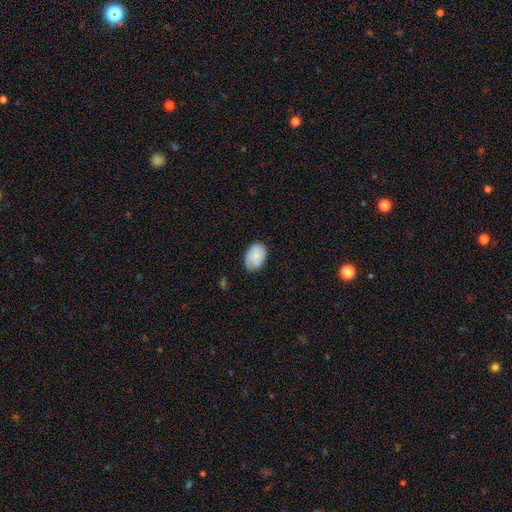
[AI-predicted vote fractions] Smooth or featured: smooth — 78% (featured or disk — 15%)
How rounded: in between — 84% (round — 15%)
Merging: none — 75% (minor disturbance — 20%)